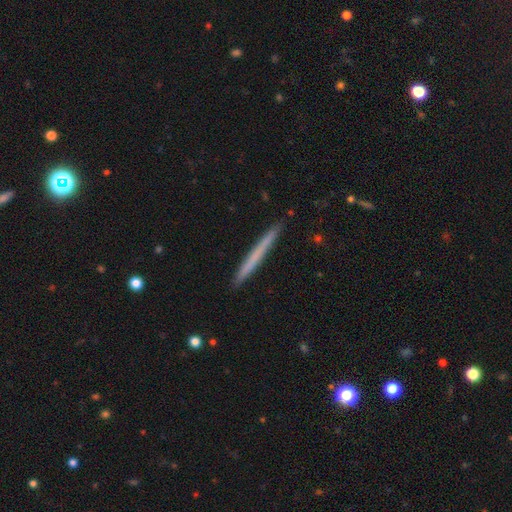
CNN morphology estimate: type=smooth (59%); roundness=cigar-shaped (97%); merging=none (91%).